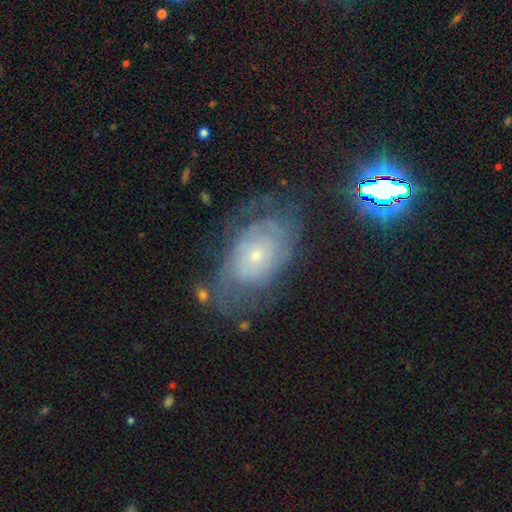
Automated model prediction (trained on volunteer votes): Smooth or featured? Predicted: featured or disk (p=0.71). Edge-on disk? Predicted: no (p=0.95). Bar? Predicted: no (p=0.82). Spiral arms? Predicted: yes (p=0.78). Spiral winding? Predicted: tight (p=0.69). Spiral arm count? Predicted: can't tell (p=0.63). Bulge size? Predicted: small (p=0.70). Merging? Predicted: none (p=0.60).